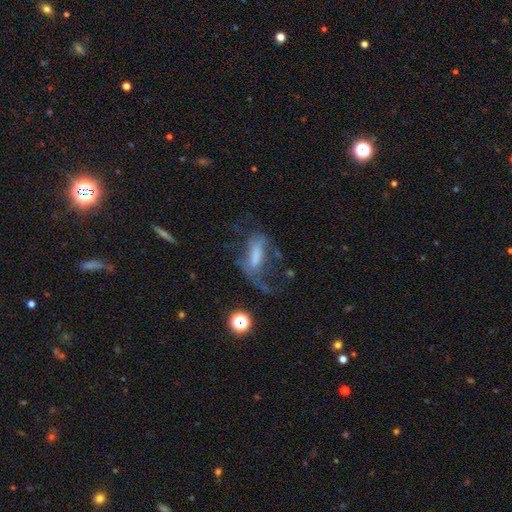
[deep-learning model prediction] This is possibly a featured or disk galaxy (49%). Merging: possibly major disturbance (45%).